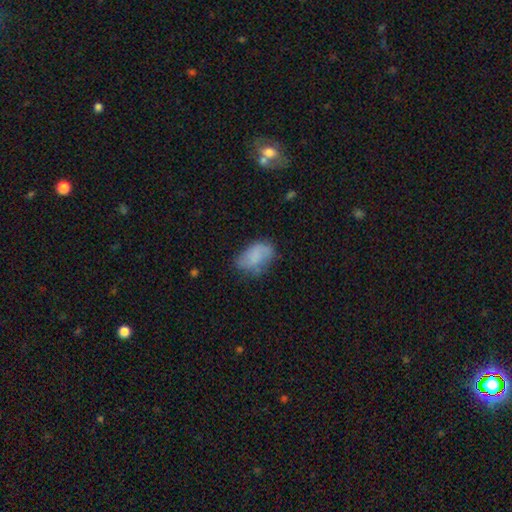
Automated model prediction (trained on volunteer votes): smooth-or-featured: smooth: 71% | featured or disk: 20% | star or artifact: 9%
  how-rounded: in between: 89% | round: 9% | cigar-shaped: 2%
  merging: none: 51% | minor disturbance: 32% | major disturbance: 13% | merger: 4%